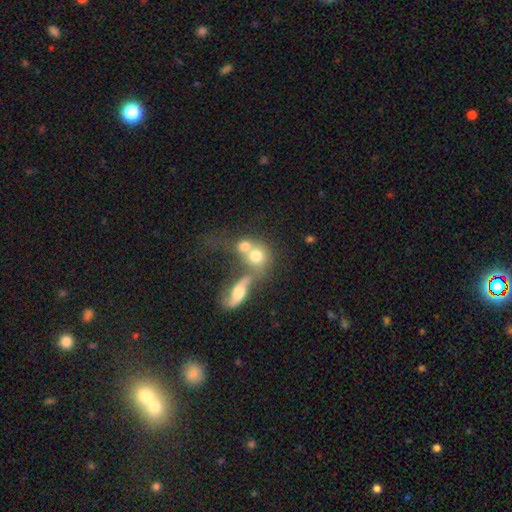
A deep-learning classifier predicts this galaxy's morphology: Smooth or featured: smooth — 66% (featured or disk — 25%)
How rounded: round — 68% (in between — 29%)
Merging: merger — 61% (none — 24%)